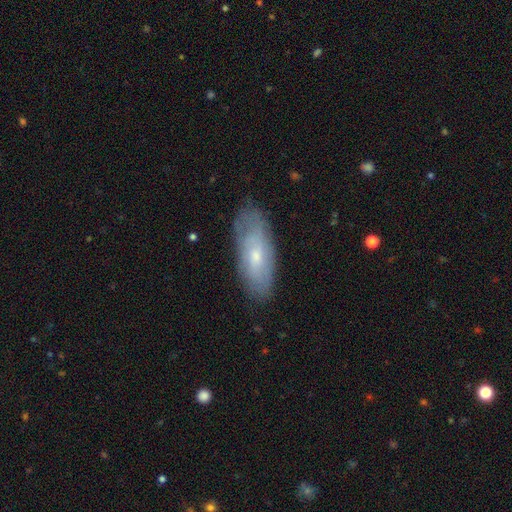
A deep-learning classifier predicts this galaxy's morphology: The model was most divided on "smooth or featured": smooth: 51%, featured or disk: 42%, star or artifact: 7%. More confident: merging — none (77%); how rounded — in between (76%).